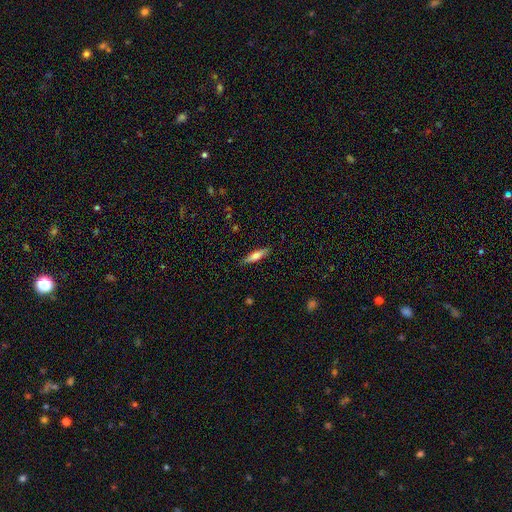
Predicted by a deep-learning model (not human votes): Smooth or featured? Predicted: smooth (p=0.62). How rounded? Predicted: cigar-shaped (p=0.73). Merging? Predicted: none (p=0.87).